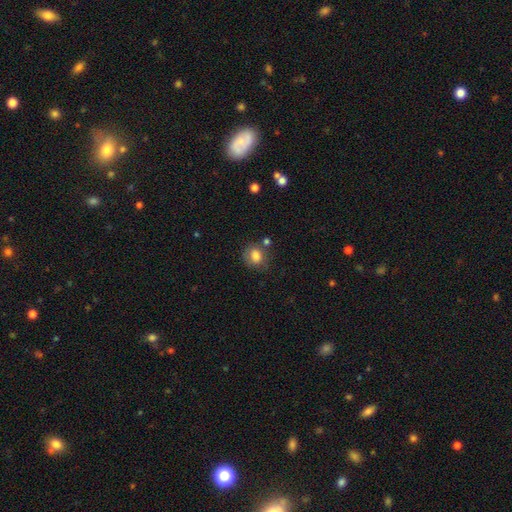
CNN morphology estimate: Overall: smooth (81%). How rounded: round (64%; in between 35%). Merging: none (66%).